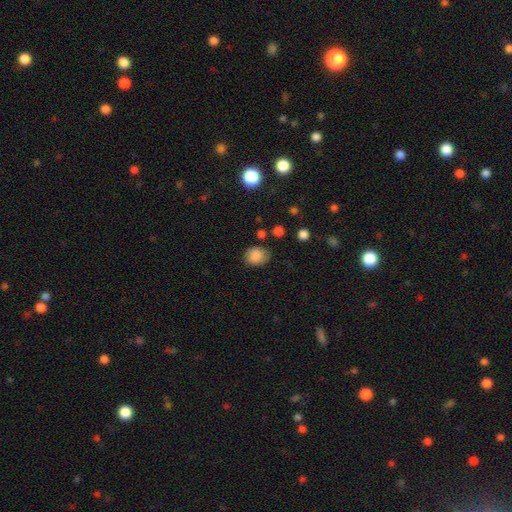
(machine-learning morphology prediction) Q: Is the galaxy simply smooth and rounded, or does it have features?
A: smooth — 85%.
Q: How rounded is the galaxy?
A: round — 51%.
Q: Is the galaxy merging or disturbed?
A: none — 75%.